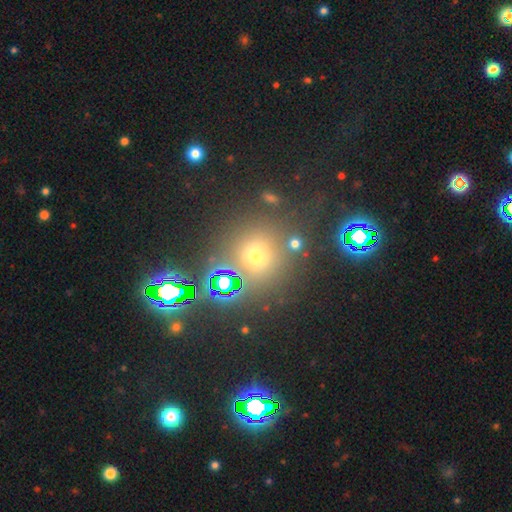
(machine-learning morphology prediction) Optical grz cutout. It shows a smooth galaxy with no disk features (56%) that is round (89%). Merging: none (77%).